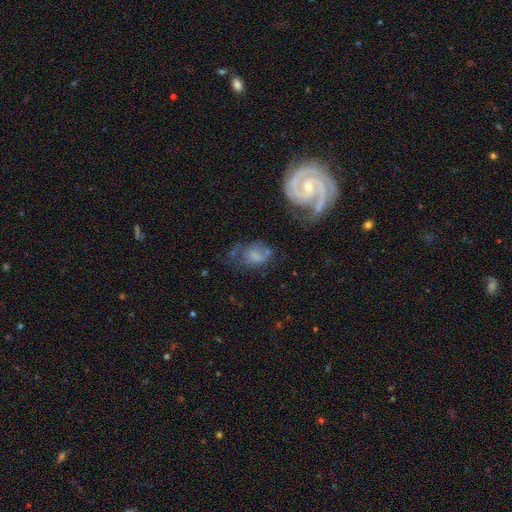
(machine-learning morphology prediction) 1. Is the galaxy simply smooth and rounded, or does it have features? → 46% smooth, 41% featured or disk, 13% star or artifact.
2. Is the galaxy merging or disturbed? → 36% none, 26% major disturbance, 25% minor disturbance, 13% merger.